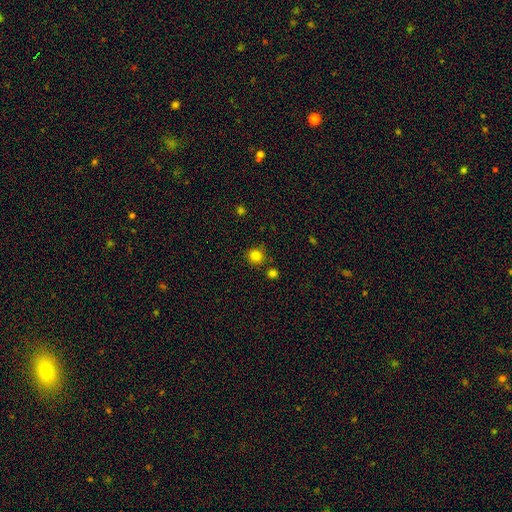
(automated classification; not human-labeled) A smooth galaxy with no disk features (82%) that is round (93%). Merging: none (85%).